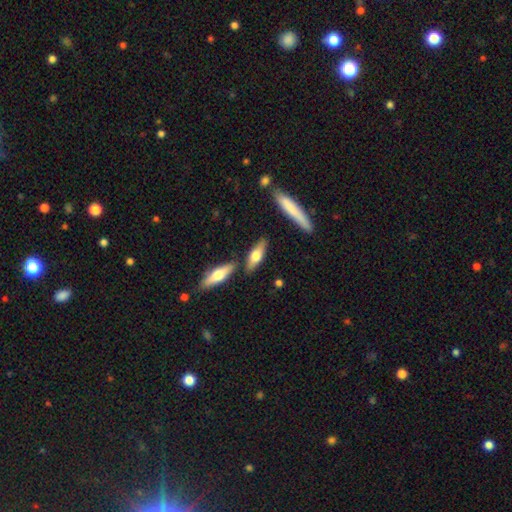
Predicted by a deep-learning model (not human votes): smooth-or-featured: smooth: 58% | featured or disk: 36% | star or artifact: 6%
  how-rounded: cigar-shaped: 49% | in between: 48% | round: 3%
  merging: none: 76% | minor disturbance: 12% | merger: 9% | major disturbance: 3%